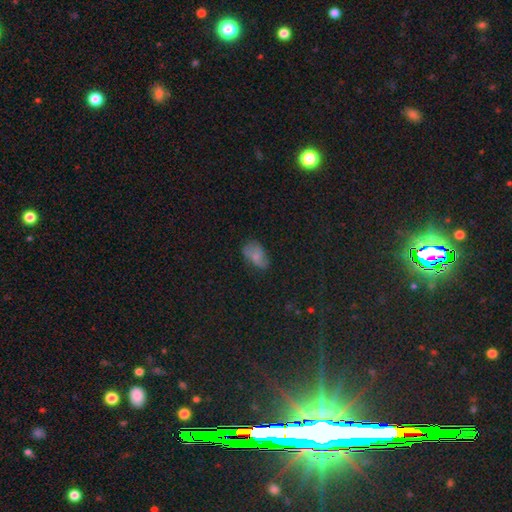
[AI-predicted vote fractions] This is likely a smooth galaxy (66%). How rounded: clearly in between (92%). Merging: possibly none (53%).